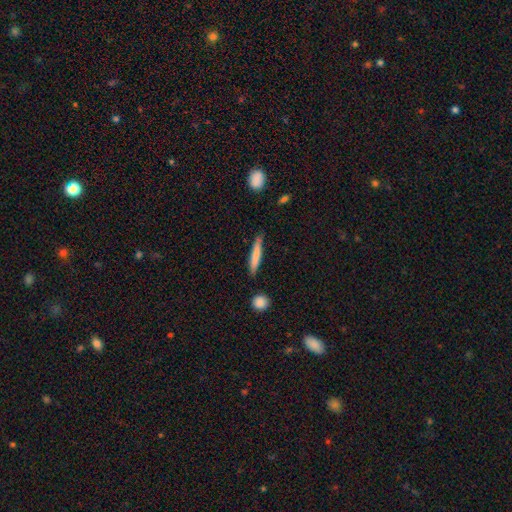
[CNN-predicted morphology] A smooth galaxy with no disk features (74%) that is cigar-shaped (93%). Merging: none (81%).